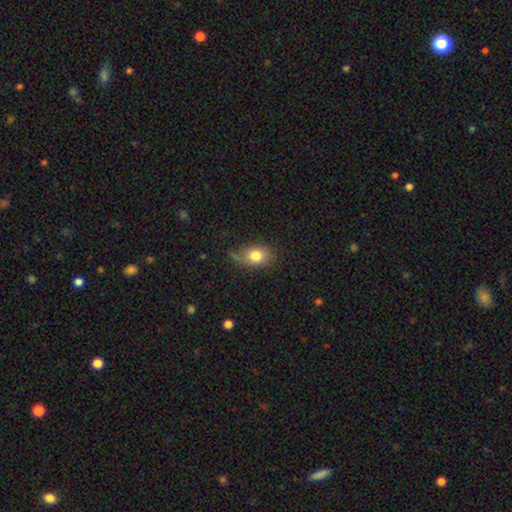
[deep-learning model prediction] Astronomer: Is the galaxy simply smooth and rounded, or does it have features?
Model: smooth — 79%.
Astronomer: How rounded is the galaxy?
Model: in between — 70%.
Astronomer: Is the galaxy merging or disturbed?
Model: none — 60%.